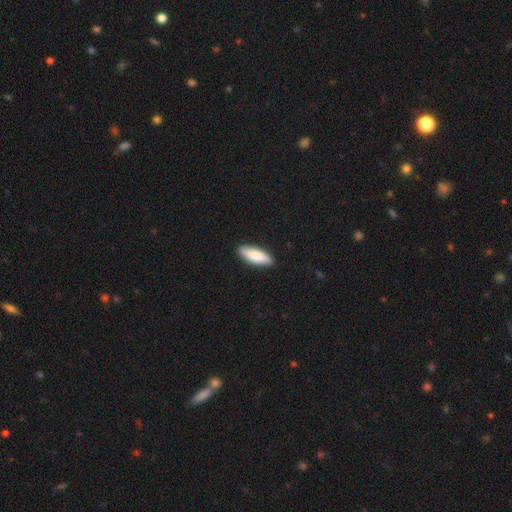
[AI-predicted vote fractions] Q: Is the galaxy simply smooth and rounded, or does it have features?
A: smooth — 85%.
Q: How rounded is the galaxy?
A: in between — 62%.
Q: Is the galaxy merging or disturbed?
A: none — 89%.